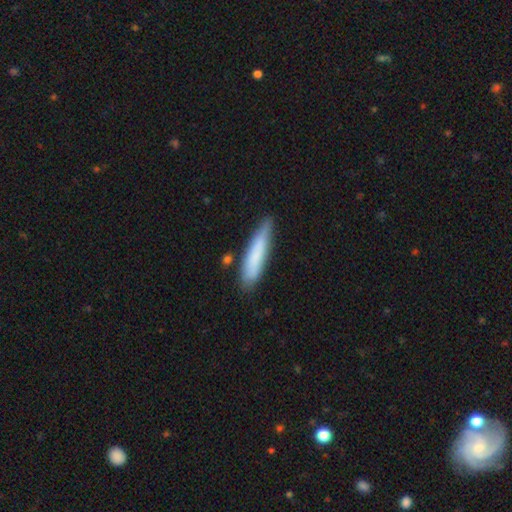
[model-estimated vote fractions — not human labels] smooth_or_featured: smooth (p=0.77) [alt: featured or disk p=0.17]
how_rounded: cigar-shaped (p=0.87) [alt: in between p=0.12]
merging: none (p=0.75) [alt: minor disturbance p=0.19]